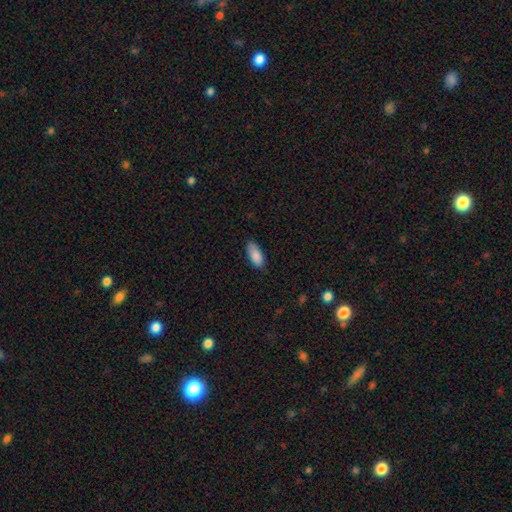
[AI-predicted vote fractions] Overall: smooth (88%). How rounded: in between (86%). Merging: none (79%).